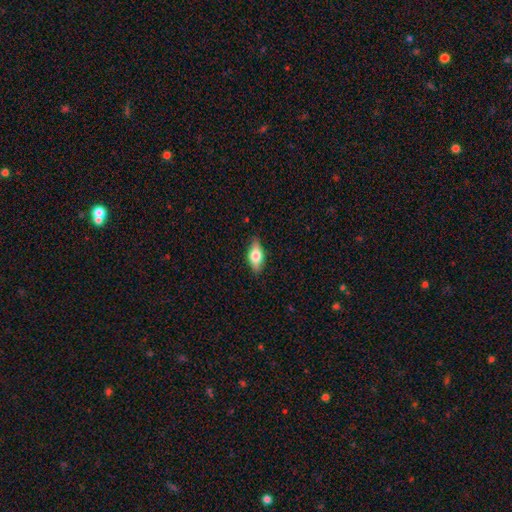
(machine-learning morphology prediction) smooth_or_featured: smooth (p=0.64) [alt: featured or disk p=0.29]
how_rounded: in between (p=0.82) [alt: cigar-shaped p=0.14]
merging: none (p=0.85) [alt: minor disturbance p=0.12]